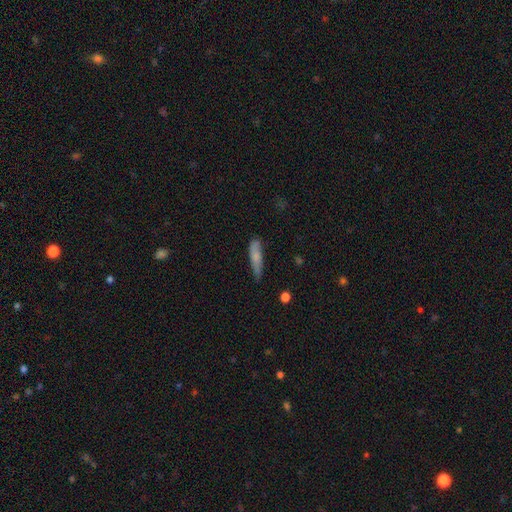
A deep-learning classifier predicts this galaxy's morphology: A smooth galaxy with no disk features (72%) that is cigar-shaped (75%).

Vote fractions:
- Smooth or featured? smooth: 72% / featured or disk: 21% / star or artifact: 6%
- How rounded? cigar-shaped: 75% / in between: 23% / round: 2%
- Merging? none: 61% / minor disturbance: 30% / major disturbance: 6% / merger: 2%